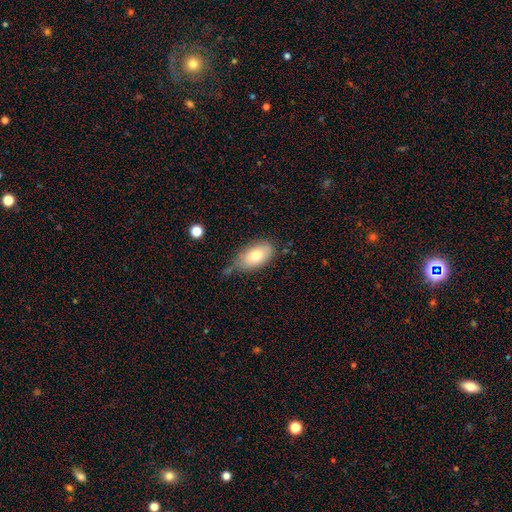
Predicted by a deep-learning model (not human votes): A smooth galaxy with no disk features (76%) that is in between round and cigar-shaped (92%). Merging: none (56%).